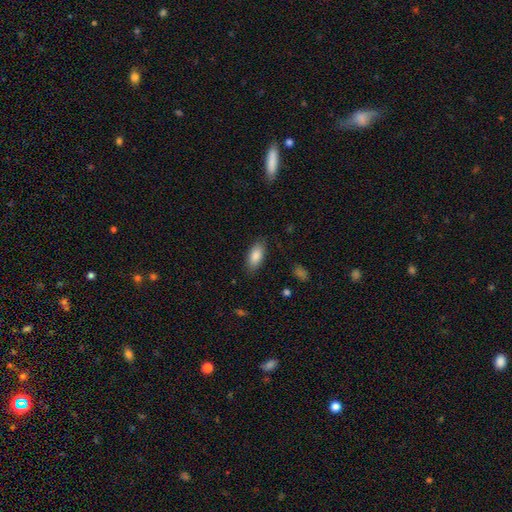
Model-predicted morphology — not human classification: Q: Smooth or featured?
A: smooth (86%); runner-up: featured or disk (7%)
Q: How rounded?
A: in between (88%); runner-up: cigar-shaped (10%)
Q: Merging?
A: none (85%); runner-up: minor disturbance (11%)